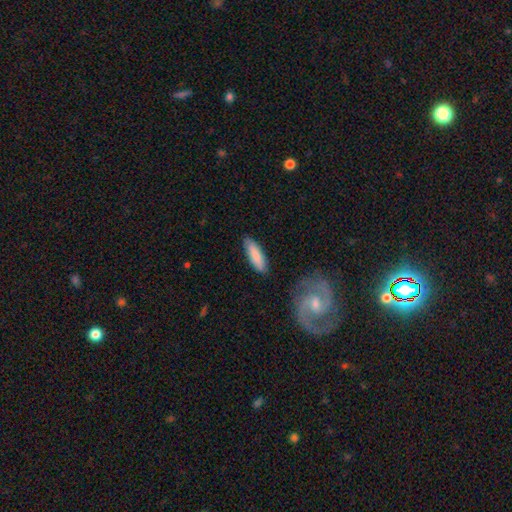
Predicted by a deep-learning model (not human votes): smooth-or-featured: smooth: 85% | featured or disk: 10% | star or artifact: 5%
  how-rounded: cigar-shaped: 59% | in between: 39% | round: 1%
  merging: none: 85% | minor disturbance: 11% | major disturbance: 2% | merger: 2%